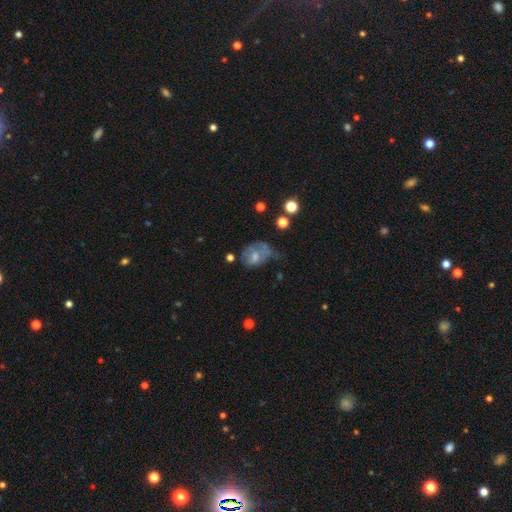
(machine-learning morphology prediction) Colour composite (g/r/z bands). It shows a smooth galaxy with no disk features (51%) that is in between round and cigar-shaped (66%). Merging: major disturbance (34%).